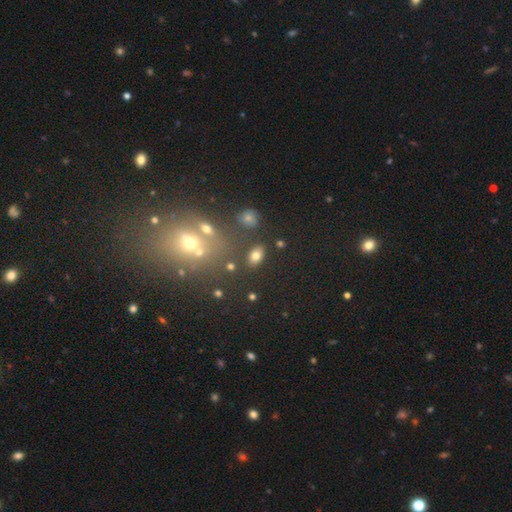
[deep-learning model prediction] Q: Smooth or featured?
A: smooth (75%); runner-up: star or artifact (14%)
Q: How rounded?
A: in between (86%); runner-up: round (12%)
Q: Merging?
A: none (79%); runner-up: minor disturbance (10%)